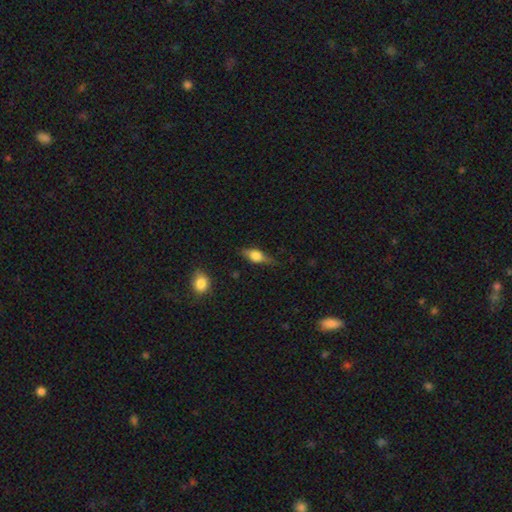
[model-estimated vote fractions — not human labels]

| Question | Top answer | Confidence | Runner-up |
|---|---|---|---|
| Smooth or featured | smooth | 51% | featured or disk (41%) |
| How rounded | in between | 65% | cigar-shaped (26%) |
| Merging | none | 73% | minor disturbance (20%) |